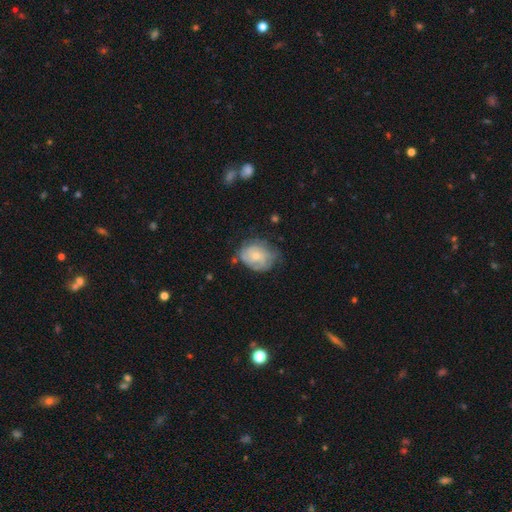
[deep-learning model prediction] This appears to be a featured or disk galaxy (55%) with no bar (80%), spiral arms (71%) and a small central bulge (57%). Merging: none (53%).